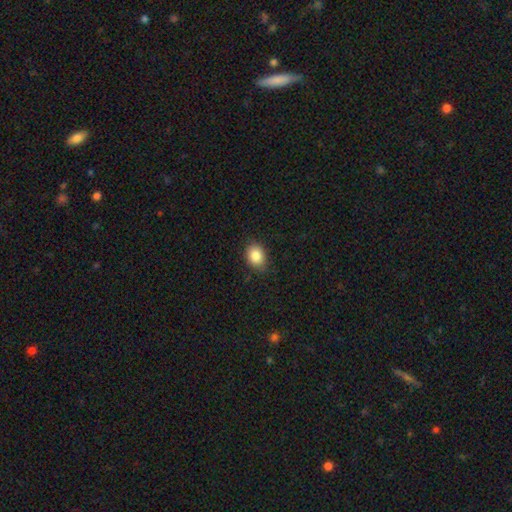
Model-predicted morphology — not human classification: smooth-or-featured: smooth: 85% | star or artifact: 9% | featured or disk: 6%
  how-rounded: in between: 64% | round: 34% | cigar-shaped: 1%
  merging: none: 83% | minor disturbance: 14% | major disturbance: 3% | merger: 1%